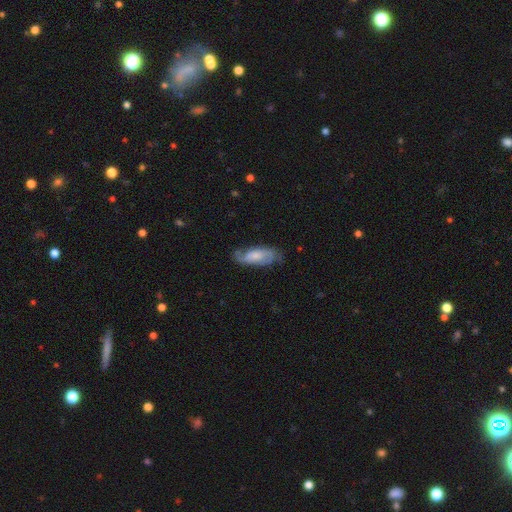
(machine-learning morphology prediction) A featured or disk galaxy (59%) with no bar (63%), spiral arms (88%) and a small central bulge (39%).

Vote fractions:
- Smooth or featured? featured or disk: 59% / smooth: 34% / star or artifact: 6%
- Edge-on disk? no: 89% / yes: 11%
- Bar? no: 63% / weak: 30% / strong: 7%
- Spiral arms? yes: 88% / no: 12%
- Bulge size? small: 39% / moderate: 37% / none: 12% / large: 10% / dominant: 2%
- Merging? none: 63% / minor disturbance: 24% / major disturbance: 11% / merger: 2%